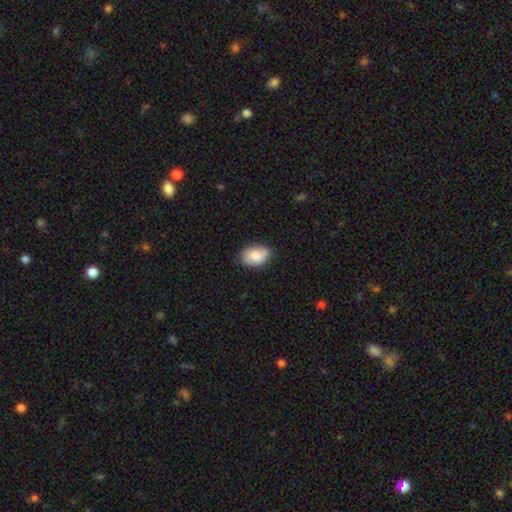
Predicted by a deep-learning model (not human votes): Morphology: type=smooth (79%); roundness=in between (86%); merging=none (73%).